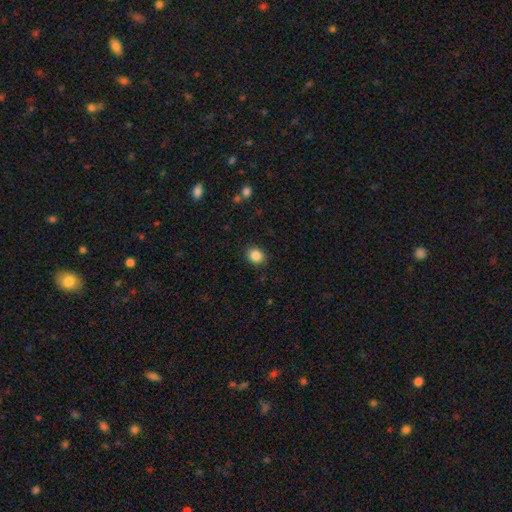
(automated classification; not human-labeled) smooth_or_featured: smooth (p=0.86) [alt: star or artifact p=0.10]
how_rounded: round (p=0.69) [alt: in between p=0.30]
merging: none (p=0.87) [alt: minor disturbance p=0.09]